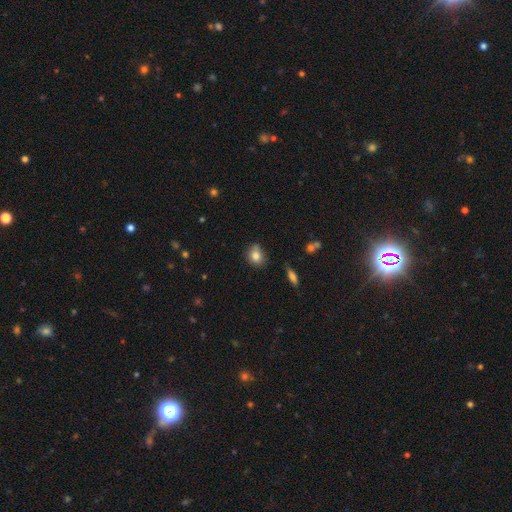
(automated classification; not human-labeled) Smooth or featured? smooth (81%)
How rounded? round (56%)
Merging? none (65%)